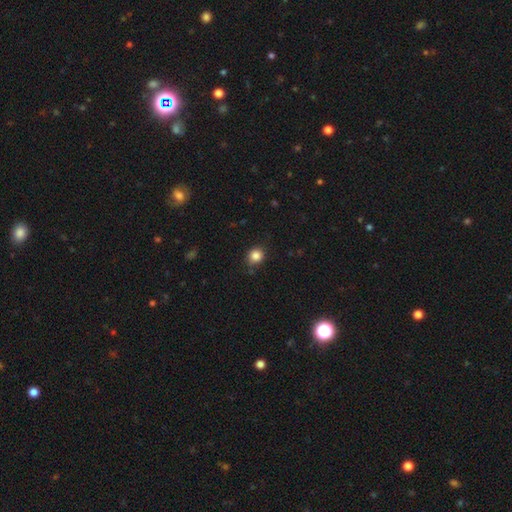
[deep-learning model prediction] Smooth or featured? smooth (85%)
How rounded? round (78%)
Merging? none (82%)